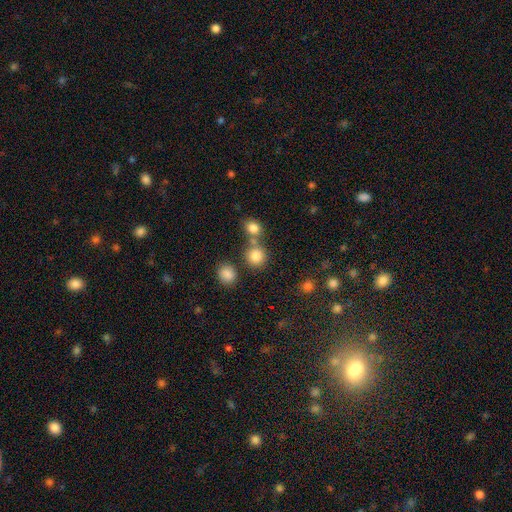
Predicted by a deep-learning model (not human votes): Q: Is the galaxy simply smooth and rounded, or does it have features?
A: smooth — 82%.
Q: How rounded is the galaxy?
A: round — 86%.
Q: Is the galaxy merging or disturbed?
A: none — 61%.